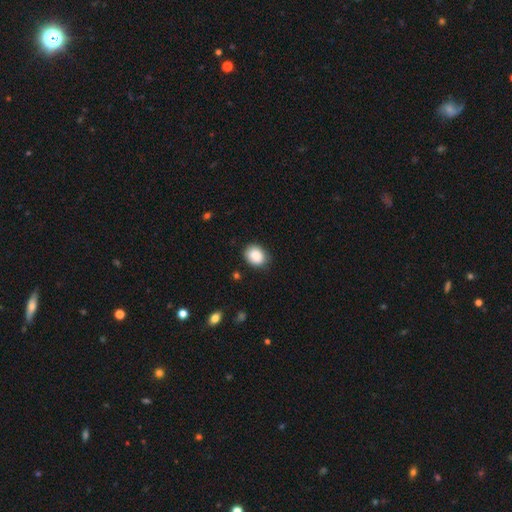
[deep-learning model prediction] smooth_or_featured: smooth (p=0.87) [alt: star or artifact p=0.08]
how_rounded: in between (p=0.52) [alt: round p=0.47]
merging: none (p=0.79) [alt: minor disturbance p=0.16]